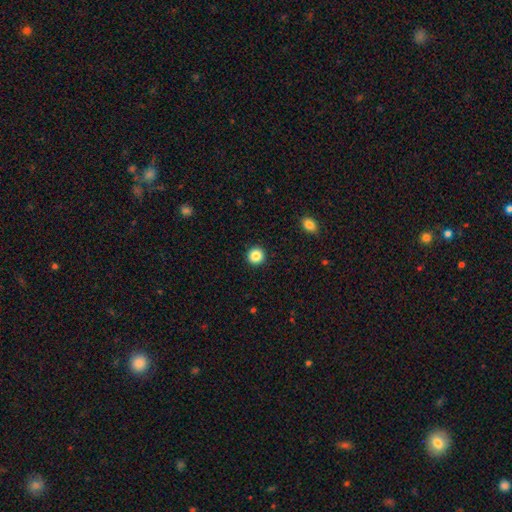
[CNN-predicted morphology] This appears to be a smooth galaxy with no disk features (86%) that is round (95%). Merging: none (93%).